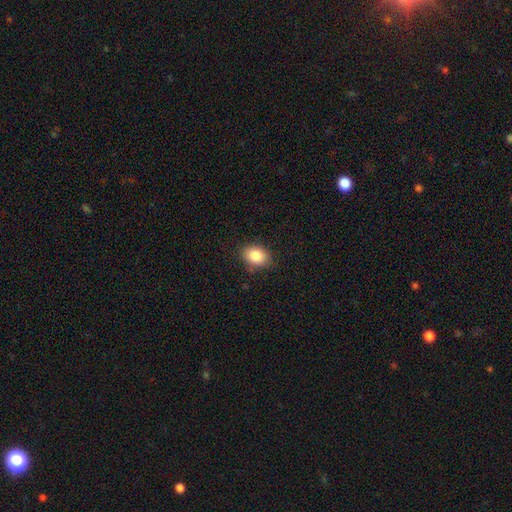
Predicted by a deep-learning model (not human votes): Morphology: type=smooth (86%); roundness=in between (66%); merging=none (84%).